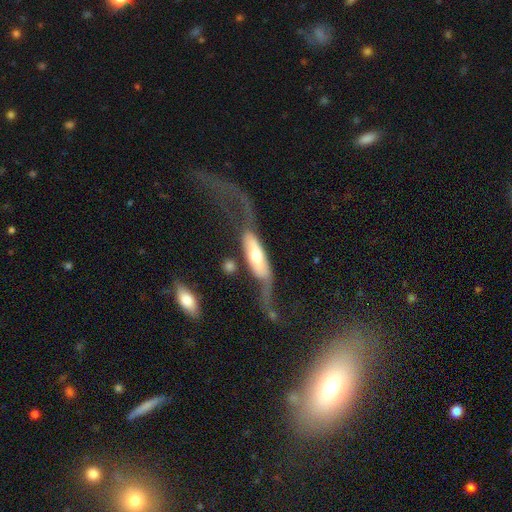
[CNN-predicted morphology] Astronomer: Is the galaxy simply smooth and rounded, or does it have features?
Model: featured or disk — 63%.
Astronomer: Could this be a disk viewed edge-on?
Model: no — 61% (runner-up: yes, 39%).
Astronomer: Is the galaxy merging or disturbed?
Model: major disturbance — 47% (runner-up: none, 27%).